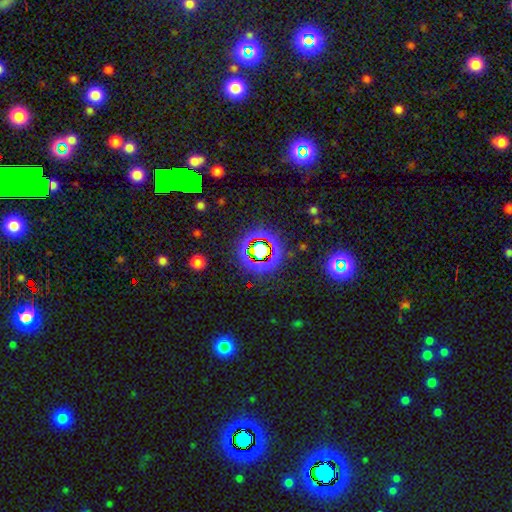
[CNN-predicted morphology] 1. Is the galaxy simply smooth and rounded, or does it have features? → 73% star or artifact, 15% smooth, 11% featured or disk.